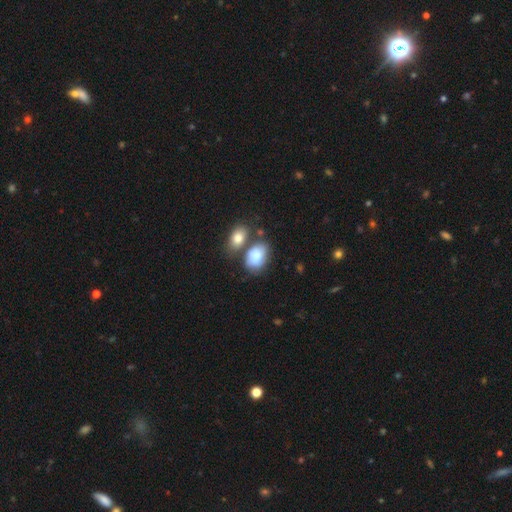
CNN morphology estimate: This appears to be a smooth galaxy with no disk features (80%) that is in between round and cigar-shaped (83%). Merging: none (39%).